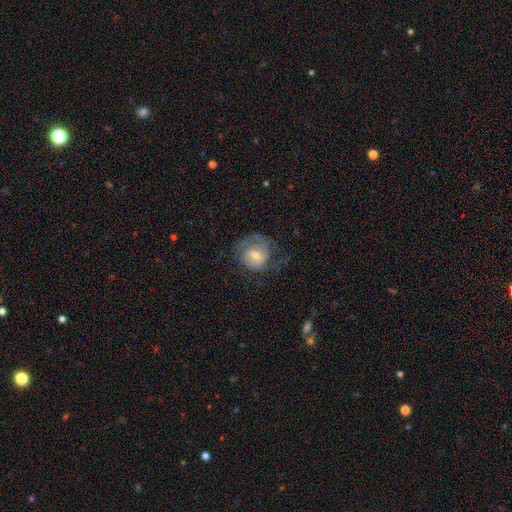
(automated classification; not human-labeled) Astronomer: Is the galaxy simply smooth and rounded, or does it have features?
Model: featured or disk — 68%.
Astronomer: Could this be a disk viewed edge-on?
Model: no — 98%.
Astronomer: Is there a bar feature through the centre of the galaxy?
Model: weak — 46% (runner-up: no, 44%).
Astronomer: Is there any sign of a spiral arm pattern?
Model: yes — 89%.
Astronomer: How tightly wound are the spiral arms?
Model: medium — 41% (runner-up: tight, 37%).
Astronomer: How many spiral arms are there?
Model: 2 — 54%.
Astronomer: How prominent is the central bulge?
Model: moderate — 48% (runner-up: small, 45%).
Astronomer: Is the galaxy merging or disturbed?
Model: none — 55%.